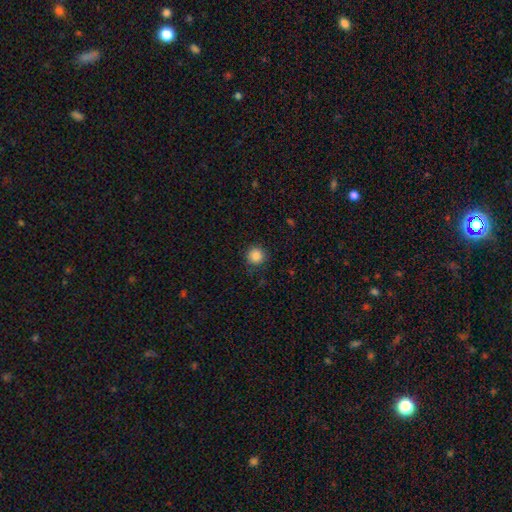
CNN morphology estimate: smooth 86%, star or artifact 10%, featured or disk 4%. Down the decision tree: how rounded — round (94%); merging — none (88%).